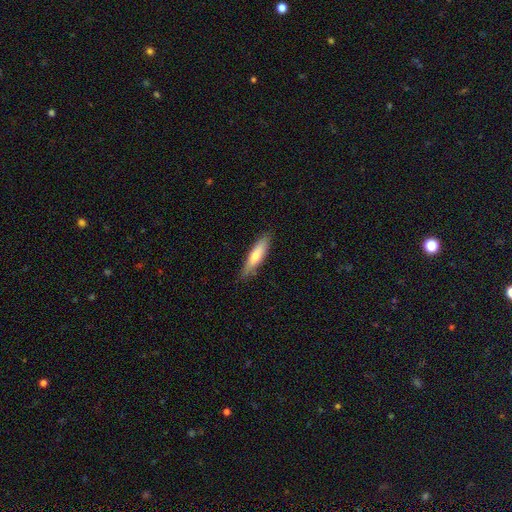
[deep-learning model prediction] A smooth galaxy with no disk features (64%) that is cigar-shaped (71%). Merging: none (84%).